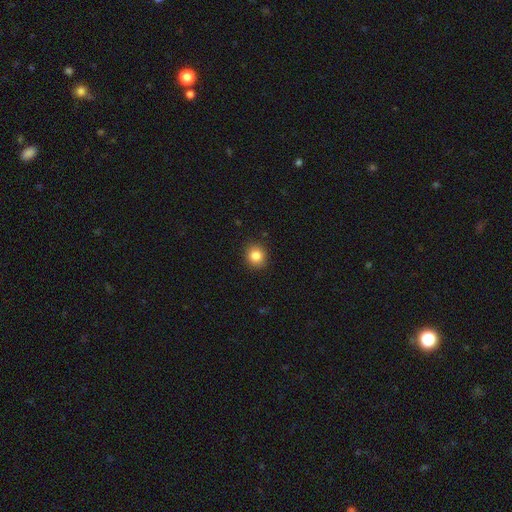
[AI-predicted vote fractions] This is clearly a smooth galaxy (84%). How rounded: clearly round (83%). Merging: clearly none (90%).